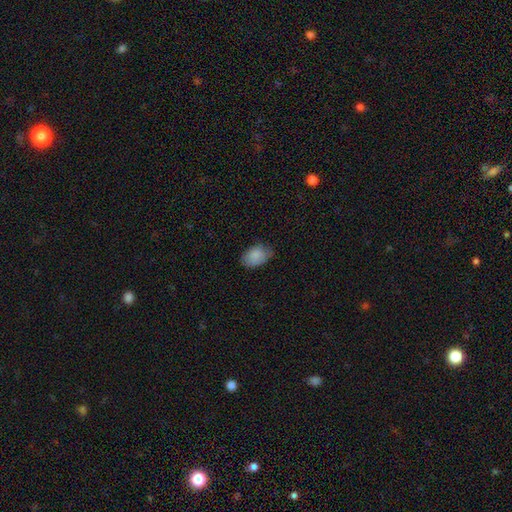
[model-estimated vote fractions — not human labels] Overall: smooth (86%). How rounded: in between (90%). Merging: none (69%).